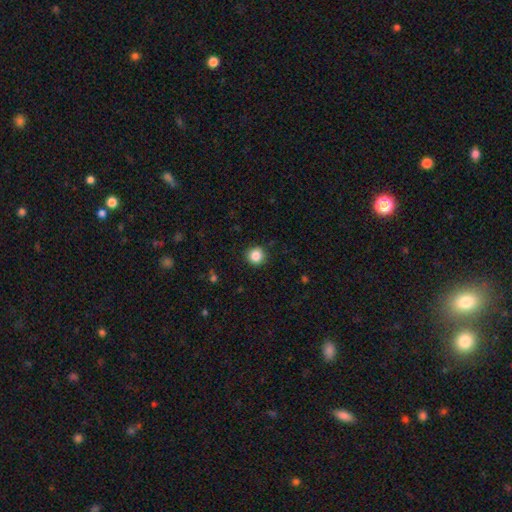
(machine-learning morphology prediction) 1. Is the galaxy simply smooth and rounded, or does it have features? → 85% smooth, 10% star or artifact, 4% featured or disk.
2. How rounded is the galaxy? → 94% round, 5% in between, 1% cigar-shaped.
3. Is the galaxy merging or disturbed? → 91% none, 6% minor disturbance, 2% major disturbance, 1% merger.